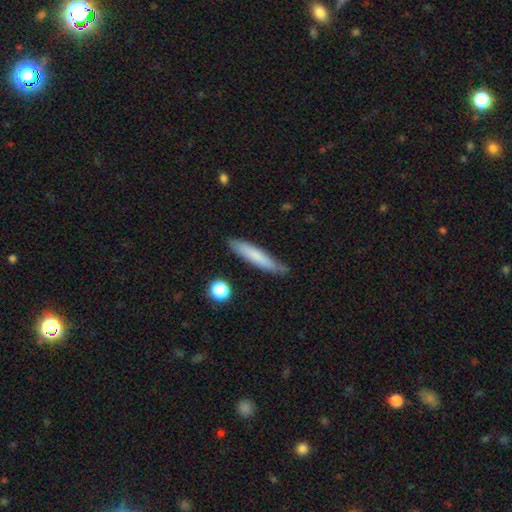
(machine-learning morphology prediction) smooth-or-featured: smooth: 72% | featured or disk: 21% | star or artifact: 6%
  how-rounded: cigar-shaped: 89% | in between: 10% | round: 1%
  merging: none: 78% | minor disturbance: 17% | major disturbance: 3% | merger: 2%